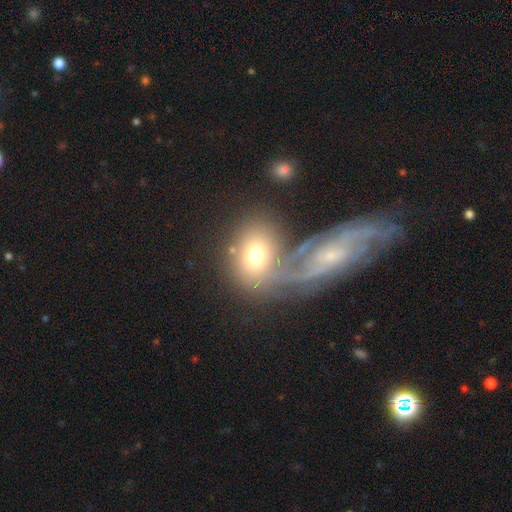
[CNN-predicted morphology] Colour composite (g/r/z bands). It shows a smooth galaxy with no disk features (46%). Merging: none (41%).